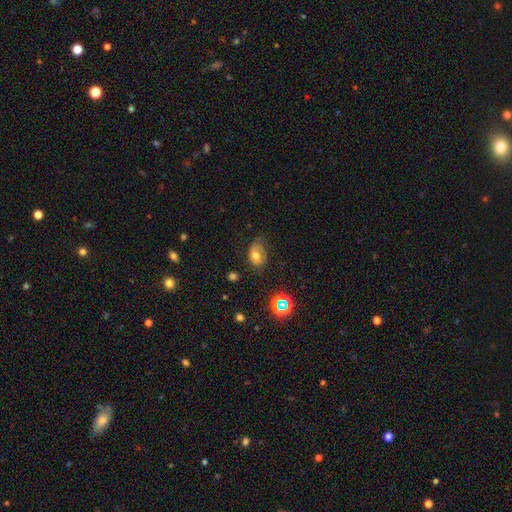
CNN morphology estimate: This appears to be a smooth galaxy with no disk features (64%) that is in between round and cigar-shaped (80%). Merging: none (49%).